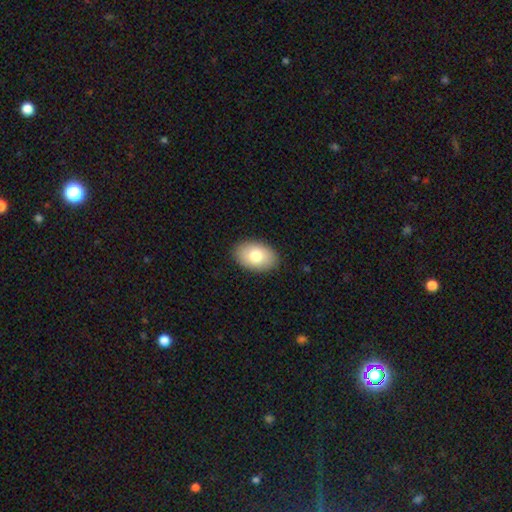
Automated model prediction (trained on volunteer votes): A smooth galaxy with no disk features (79%) that is in between round and cigar-shaped (89%).

Vote fractions:
- Smooth or featured? smooth: 79% / featured or disk: 14% / star or artifact: 7%
- How rounded? in between: 89% / round: 10% / cigar-shaped: 1%
- Merging? none: 89% / minor disturbance: 8% / major disturbance: 2% / merger: 1%